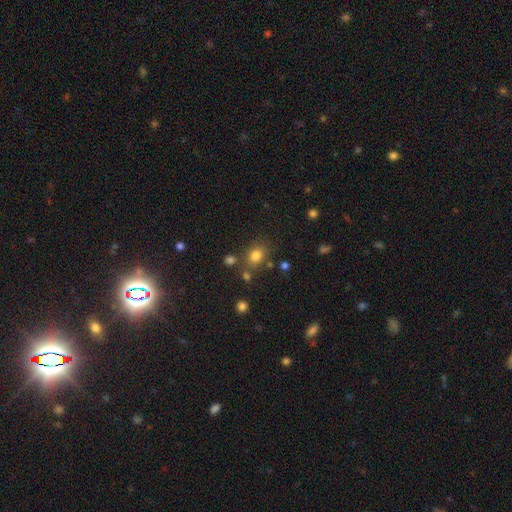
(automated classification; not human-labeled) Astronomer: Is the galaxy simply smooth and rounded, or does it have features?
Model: smooth — 79%.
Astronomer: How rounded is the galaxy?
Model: round — 52% (runner-up: in between, 47%).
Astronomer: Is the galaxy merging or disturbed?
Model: none — 71%.